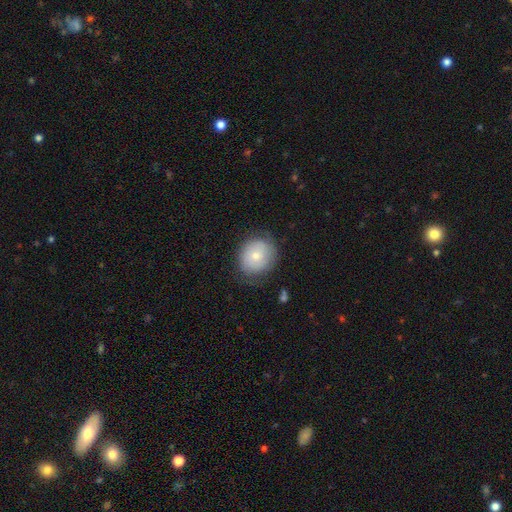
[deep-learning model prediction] Morphology: type=smooth (72%); roundness=round (74%); merging=none (71%).